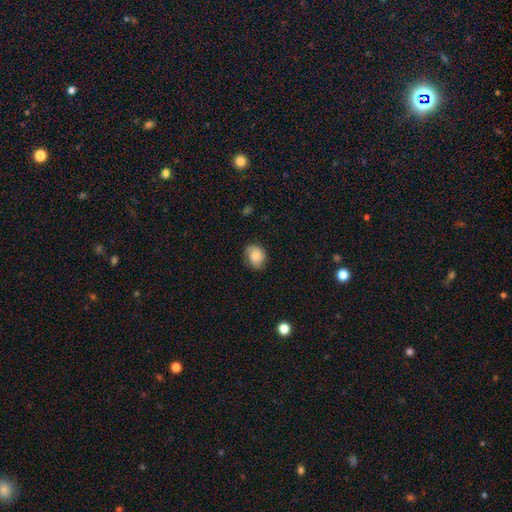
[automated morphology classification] Q: Smooth or featured?
A: smooth (68%); runner-up: featured or disk (23%)
Q: How rounded?
A: round (50%); runner-up: in between (49%)
Q: Merging?
A: none (72%); runner-up: minor disturbance (22%)